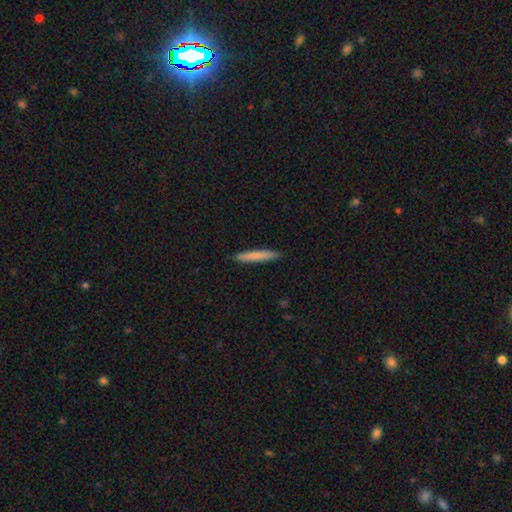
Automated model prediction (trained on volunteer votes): This is likely a smooth galaxy (78%). How rounded: clearly cigar-shaped (95%). Merging: clearly none (92%).